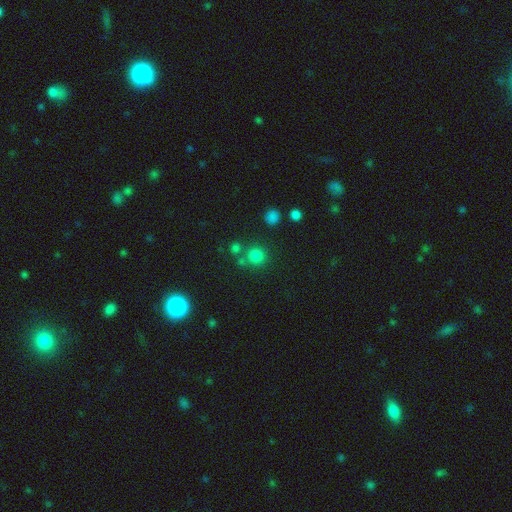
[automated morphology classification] A smooth galaxy with no disk features (77%) that is round (92%). Merging: none (73%).